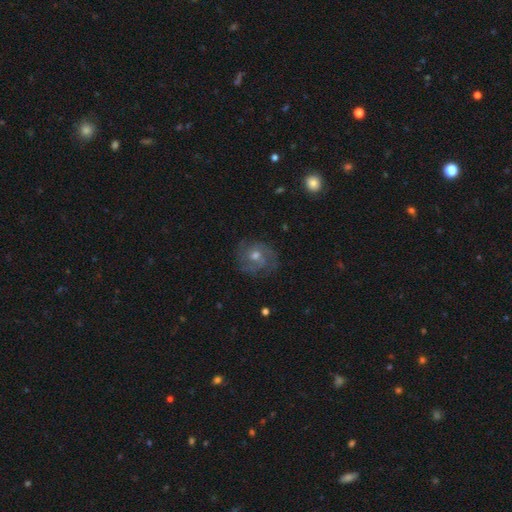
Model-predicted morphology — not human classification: Smooth or featured: featured or disk — 72% (smooth — 17%)
Edge-on disk: no — 97% (yes — 3%)
Bar: no — 76% (weak — 21%)
Spiral arms: yes — 91% (no — 9%)
Spiral winding: tight — 52% (medium — 37%)
Spiral arm count: can't tell — 30% (3 — 29%)
Bulge size: moderate — 62% (small — 33%)
Merging: none — 76% (minor disturbance — 16%)